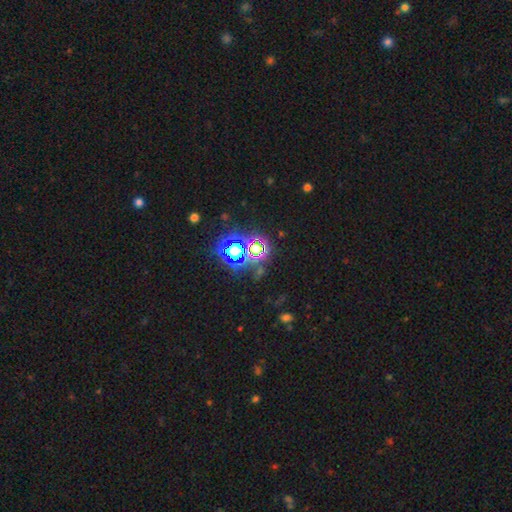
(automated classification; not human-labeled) Overall: star or artifact (75%).